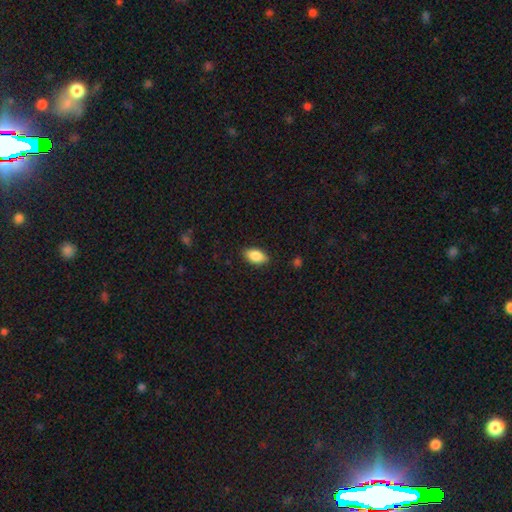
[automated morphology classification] Overall: smooth (86%). How rounded: in between (91%). Merging: none (86%).